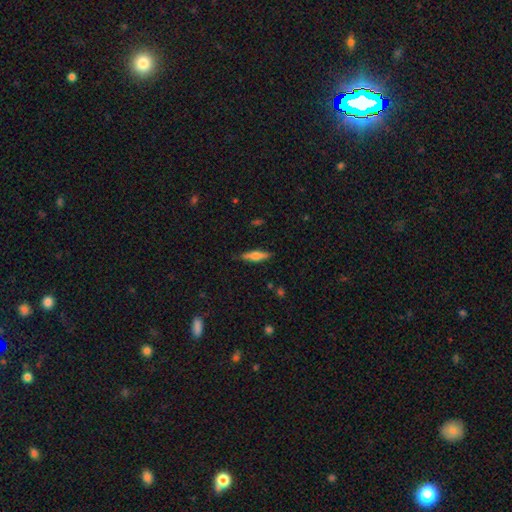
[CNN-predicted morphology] Q: Smooth or featured?
A: smooth (48%); runner-up: featured or disk (45%)
Q: Merging?
A: none (84%); runner-up: minor disturbance (12%)